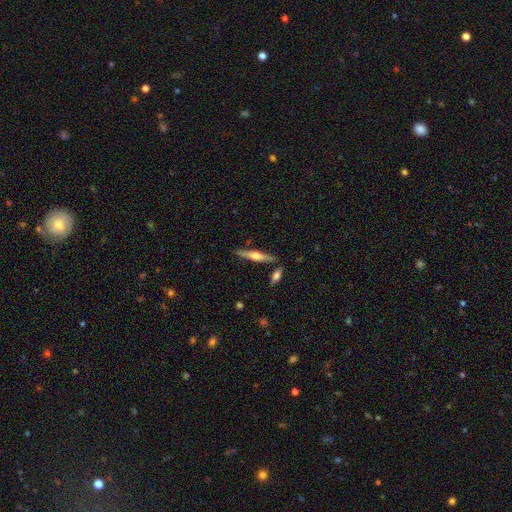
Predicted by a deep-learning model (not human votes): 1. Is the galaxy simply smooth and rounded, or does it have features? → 60% featured or disk, 34% smooth, 6% star or artifact.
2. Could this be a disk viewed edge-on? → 97% yes, 3% no.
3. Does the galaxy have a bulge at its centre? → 86% rounded, 9% boxy, 5% none.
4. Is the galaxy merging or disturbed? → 83% none, 9% minor disturbance, 6% merger, 2% major disturbance.